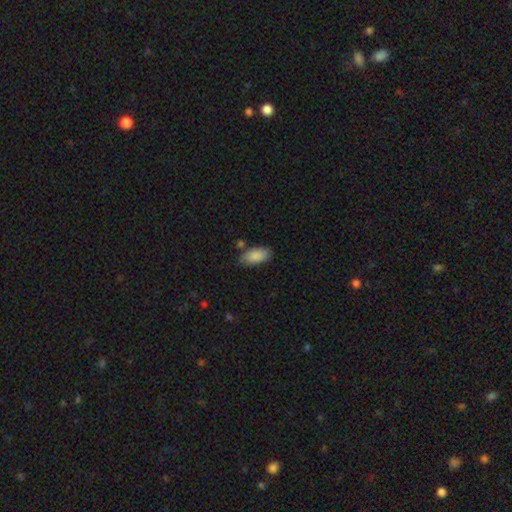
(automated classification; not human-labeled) This is clearly a smooth galaxy (88%). How rounded: clearly in between (92%). Merging: likely none (76%).